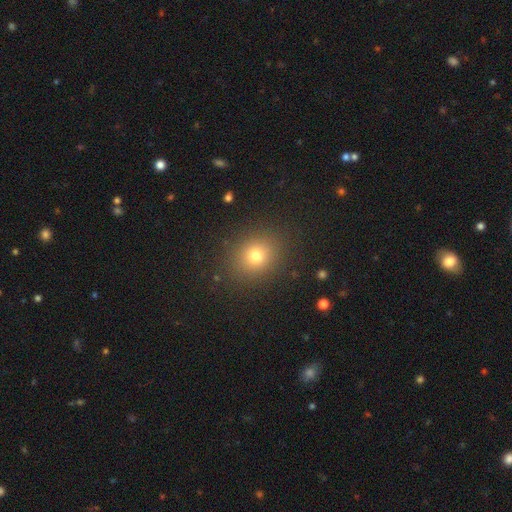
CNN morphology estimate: This appears to be a smooth galaxy with no disk features (76%) that is round (69%). Merging: none (88%).